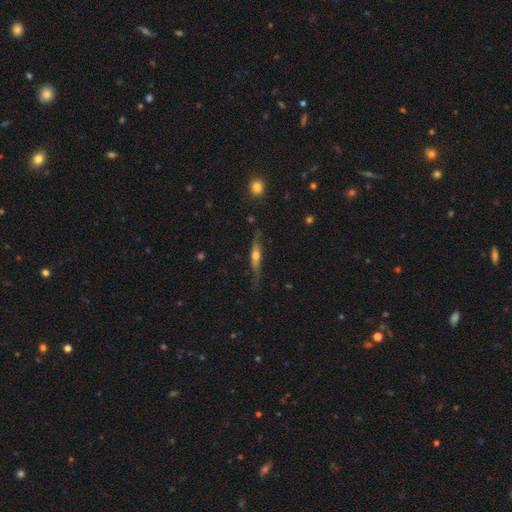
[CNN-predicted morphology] Overall: featured or disk (60%; smooth 34%). Edge-on disk: yes (91%). Edge-on bulge: rounded (85%). Merging: none (69%).